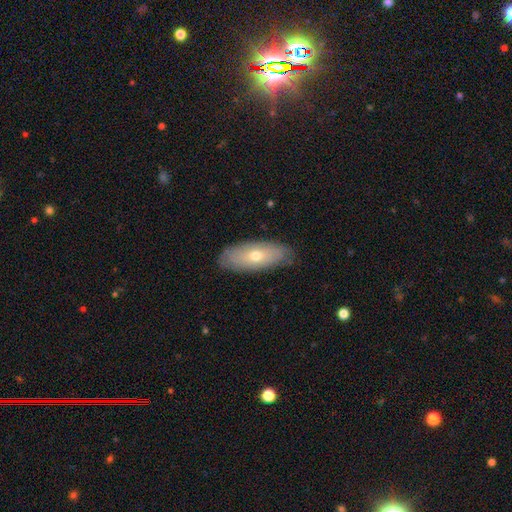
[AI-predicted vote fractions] Smooth or featured? smooth (54%)
How rounded? in between (78%)
Merging? none (82%)